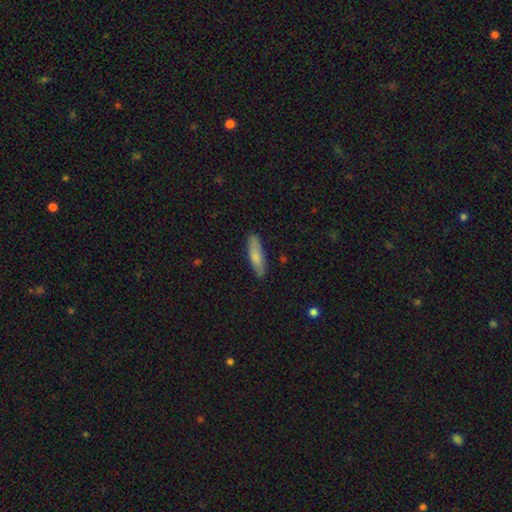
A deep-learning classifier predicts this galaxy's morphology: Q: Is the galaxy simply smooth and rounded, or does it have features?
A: smooth — 77%.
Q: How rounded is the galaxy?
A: cigar-shaped — 67%.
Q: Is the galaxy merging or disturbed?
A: none — 87%.